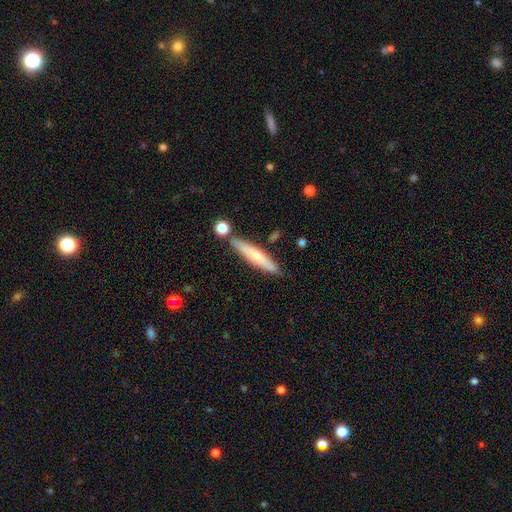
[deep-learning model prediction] This appears to be a smooth galaxy with no disk features (64%) that is cigar-shaped (90%). Merging: none (78%).